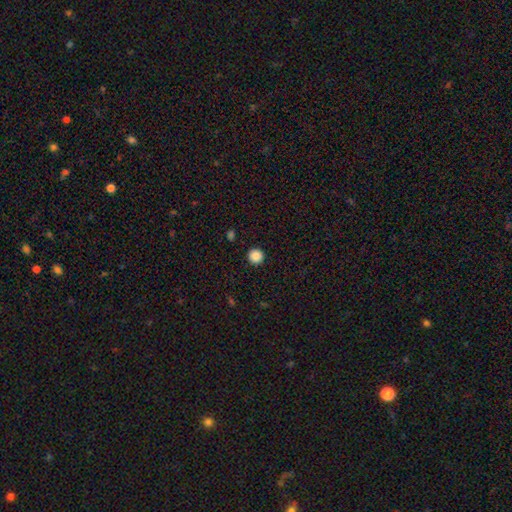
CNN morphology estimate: smooth_or_featured: smooth (p=0.87) [alt: star or artifact p=0.10]
how_rounded: round (p=0.95) [alt: in between p=0.04]
merging: none (p=0.93) [alt: minor disturbance p=0.04]